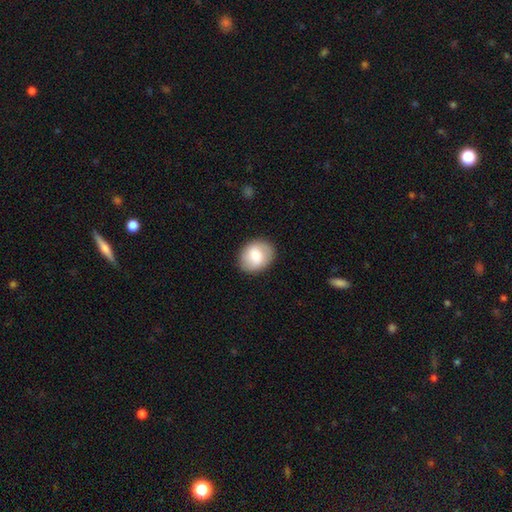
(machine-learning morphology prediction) smooth 72%, featured or disk 21%, star or artifact 7%. Down the decision tree: how rounded — in between (50%); merging — none (87%).